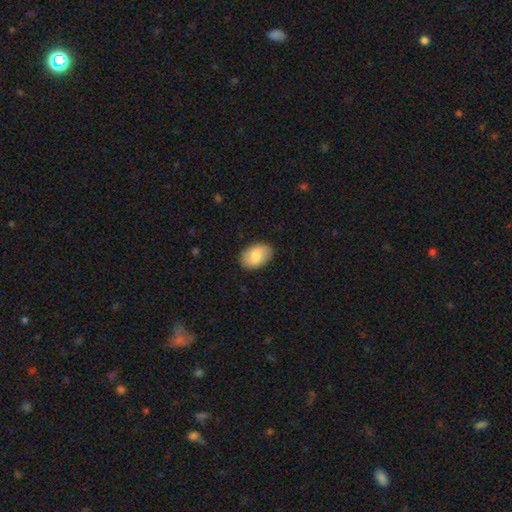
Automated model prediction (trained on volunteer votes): Q: Smooth or featured?
A: smooth (77%); runner-up: featured or disk (17%)
Q: How rounded?
A: in between (88%); runner-up: round (11%)
Q: Merging?
A: none (87%); runner-up: minor disturbance (10%)